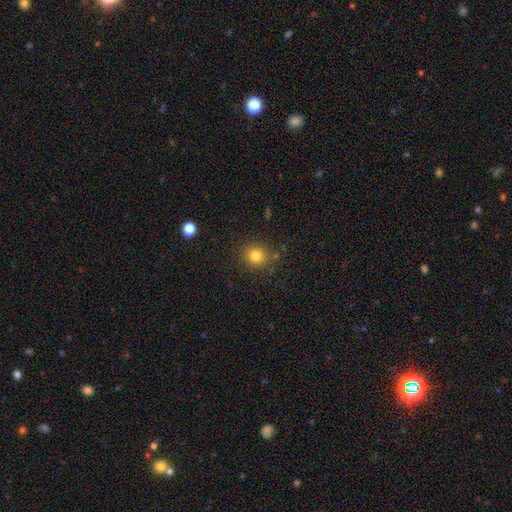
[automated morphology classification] This is clearly a smooth galaxy (80%). How rounded: clearly round (88%). Merging: clearly none (83%).